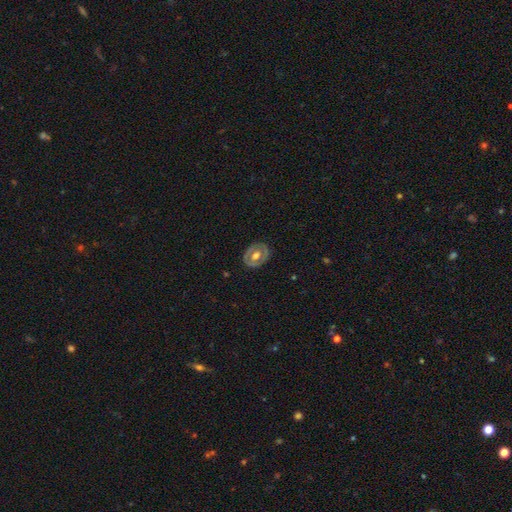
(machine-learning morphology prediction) The model was most divided on "smooth or featured": featured or disk: 56%, smooth: 39%, star or artifact: 5%. More confident: edge-on disk — no (93%); spiral arms — no (84%); merging — none (82%); bar — no (71%); bulge size — moderate (60%).